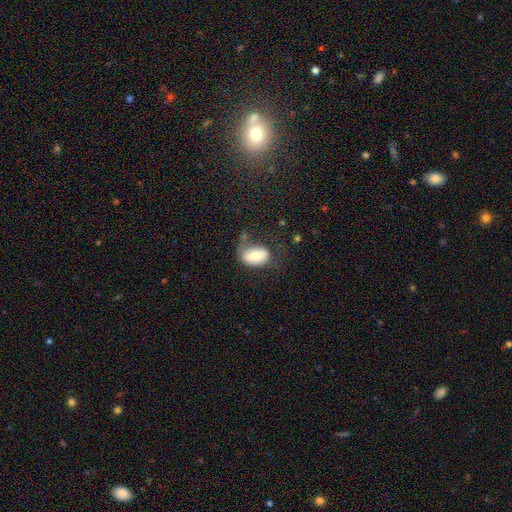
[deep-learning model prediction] This appears to be a smooth galaxy with no disk features (66%) that is in between round and cigar-shaped (85%). Merging: none (37%).